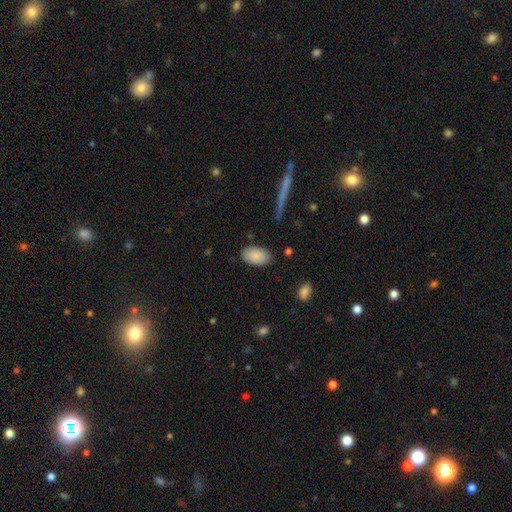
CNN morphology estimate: smooth 88%, star or artifact 6%, featured or disk 6%. Down the decision tree: how rounded — in between (94%); merging — none (84%).